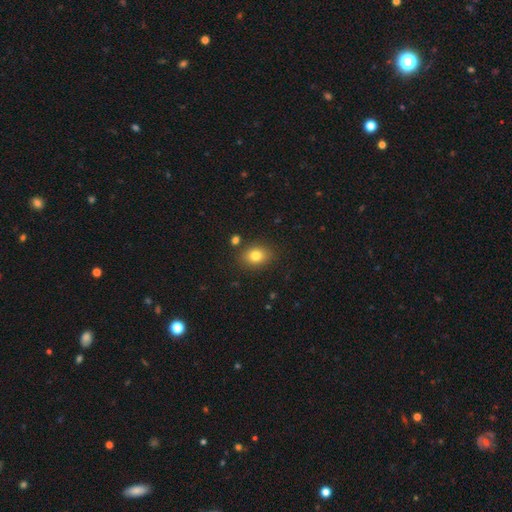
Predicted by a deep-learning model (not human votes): smooth_or_featured: smooth (p=0.81) [alt: star or artifact p=0.11]
how_rounded: in between (p=0.57) [alt: round p=0.42]
merging: none (p=0.83) [alt: minor disturbance p=0.10]